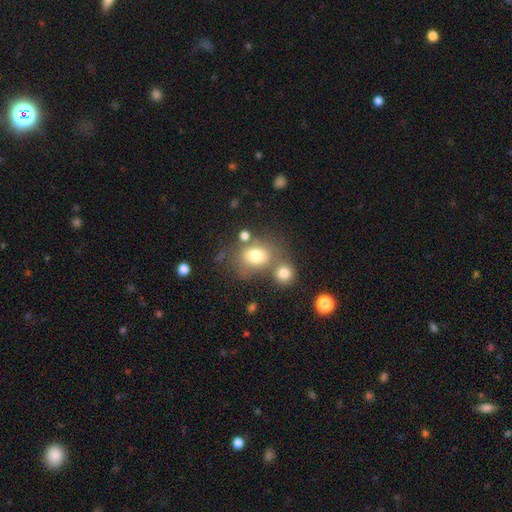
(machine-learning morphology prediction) type=smooth (75%); roundness=in between (50%); merging=none (45%).